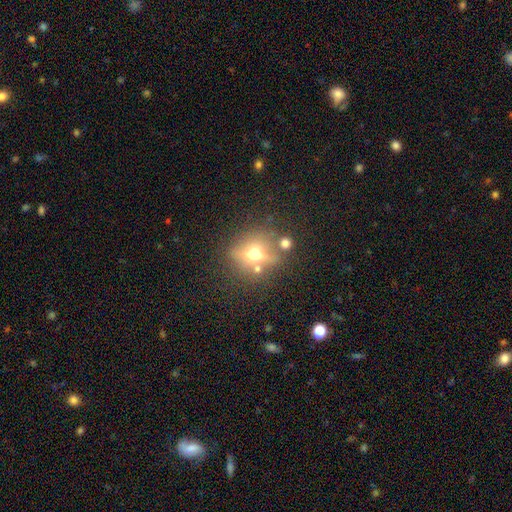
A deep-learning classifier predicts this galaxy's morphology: smooth 47%, featured or disk 36%, star or artifact 17%. Down the decision tree: merging — none (68%).